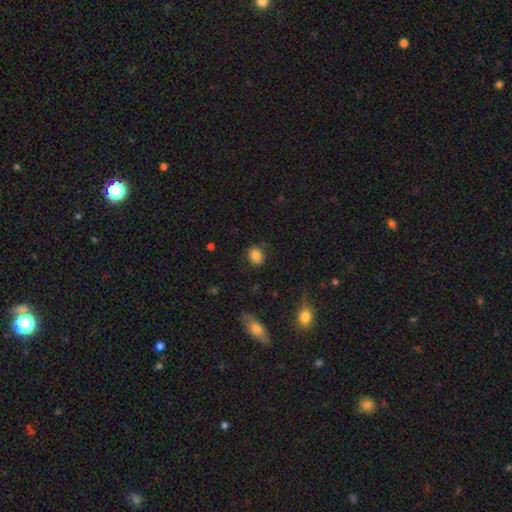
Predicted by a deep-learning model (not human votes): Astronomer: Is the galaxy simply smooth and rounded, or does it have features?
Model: smooth — 84%.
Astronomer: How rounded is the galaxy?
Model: round — 57% (runner-up: in between, 42%).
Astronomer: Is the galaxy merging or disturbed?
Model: none — 82%.